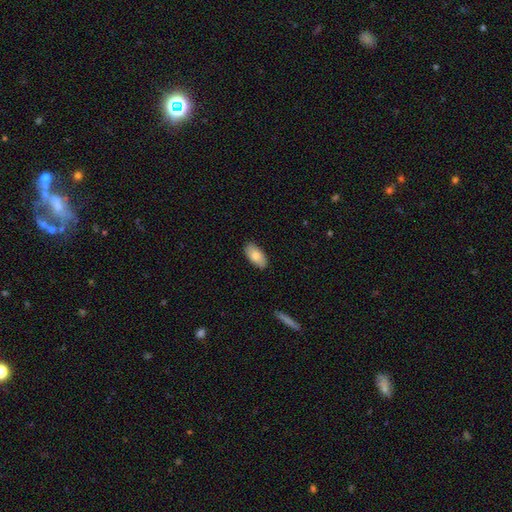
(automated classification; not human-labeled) Smooth or featured?
  - smooth: 82% *
  - featured or disk: 12%
  - star or artifact: 6%
How rounded?
  - in between: 94% *
  - cigar-shaped: 4%
  - round: 2%
Merging?
  - none: 88% *
  - minor disturbance: 9%
  - major disturbance: 2%
  - merger: 1%